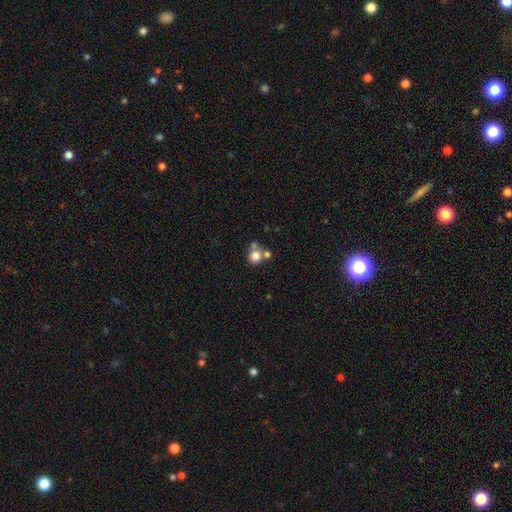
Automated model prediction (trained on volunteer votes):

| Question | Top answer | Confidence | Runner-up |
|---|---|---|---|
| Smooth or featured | smooth | 76% | featured or disk (13%) |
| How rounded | round | 85% | in between (14%) |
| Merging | none | 45% | merger (40%) |